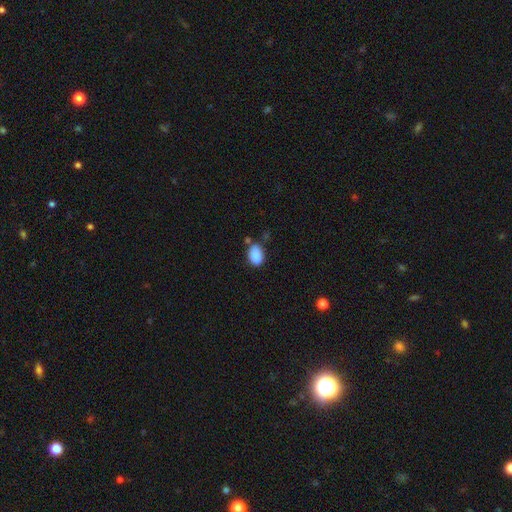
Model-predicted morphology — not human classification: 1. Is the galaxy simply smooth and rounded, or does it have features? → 88% smooth, 8% star or artifact, 4% featured or disk.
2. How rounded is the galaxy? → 85% in between, 14% round, 1% cigar-shaped.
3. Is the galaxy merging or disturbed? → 61% none, 24% minor disturbance, 10% merger, 5% major disturbance.